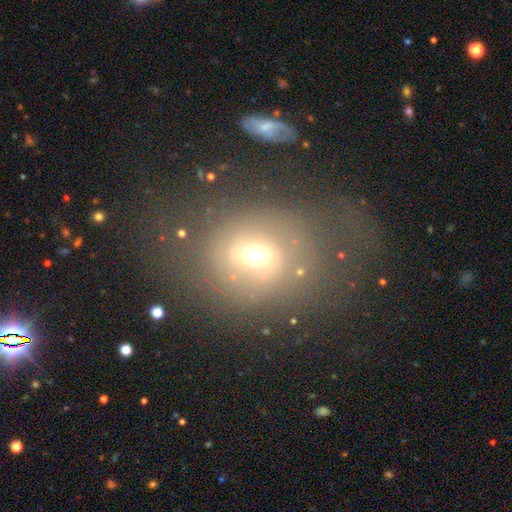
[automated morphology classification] Overall: smooth (51%; featured or disk 33%). How rounded: round (55%; in between 44%). Merging: none (52%; major disturbance 23%).